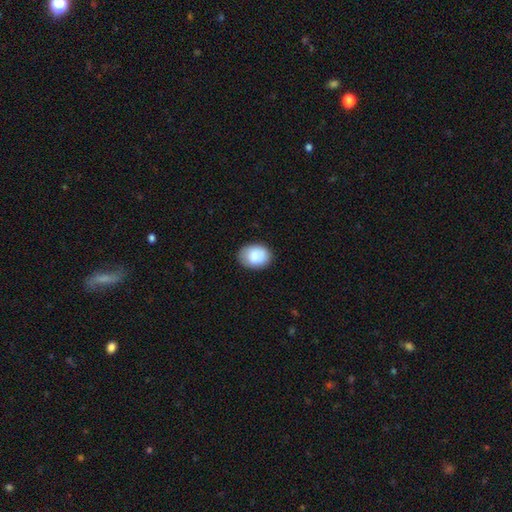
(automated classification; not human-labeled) Overall: smooth (84%). How rounded: in between (65%; round 34%). Merging: none (78%).